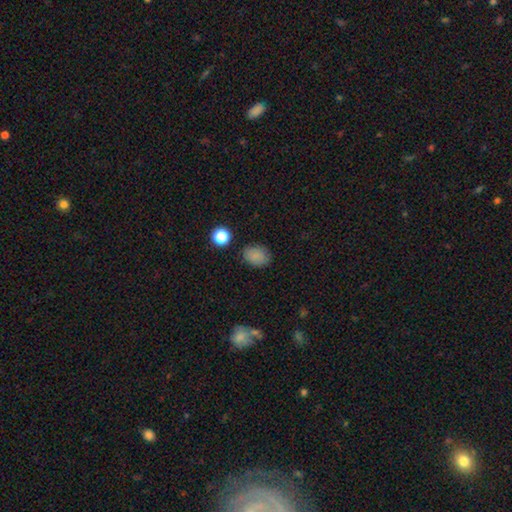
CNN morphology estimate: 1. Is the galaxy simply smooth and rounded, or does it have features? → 84% smooth, 12% star or artifact, 5% featured or disk.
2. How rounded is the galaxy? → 69% in between, 30% round, 1% cigar-shaped.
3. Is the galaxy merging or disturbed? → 84% none, 11% minor disturbance, 3% major disturbance, 2% merger.